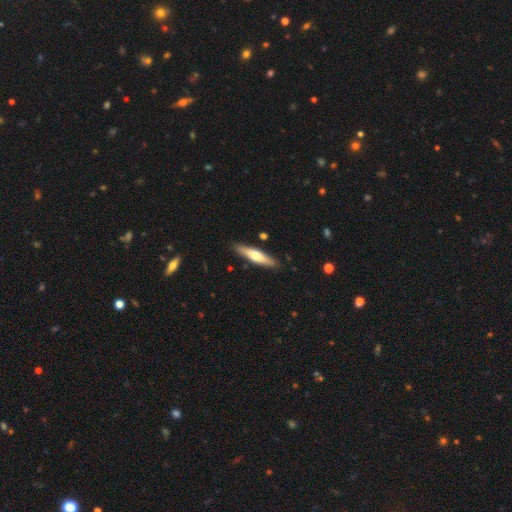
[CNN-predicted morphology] Smooth or featured? smooth (51%)
How rounded? cigar-shaped (78%)
Merging? none (87%)